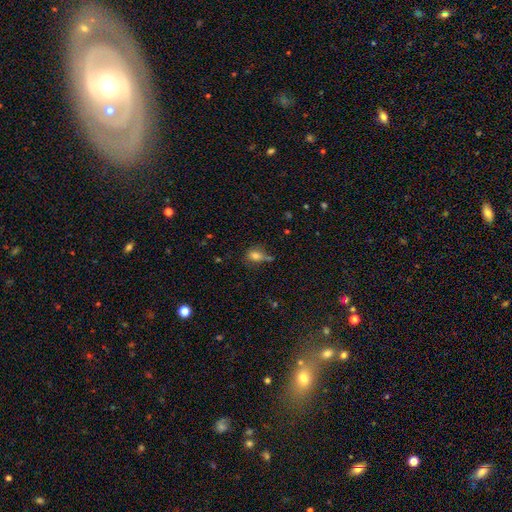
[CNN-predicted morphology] smooth-or-featured: smooth: 73% | featured or disk: 14% | star or artifact: 13%
  how-rounded: in between: 69% | round: 25% | cigar-shaped: 6%
  merging: none: 46% | minor disturbance: 29% | major disturbance: 15% | merger: 10%